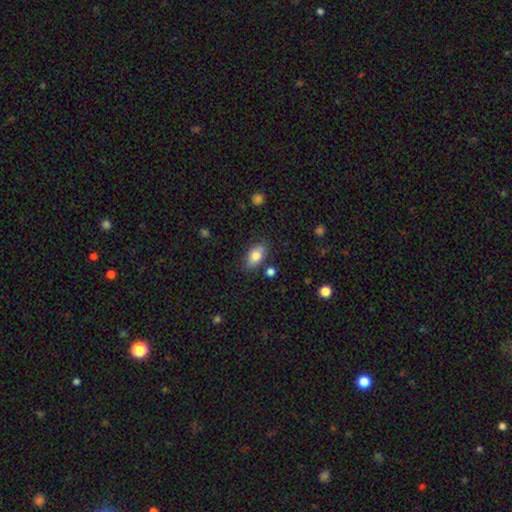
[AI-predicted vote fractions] Smooth or featured? smooth (81%)
How rounded? in between (90%)
Merging? none (81%)